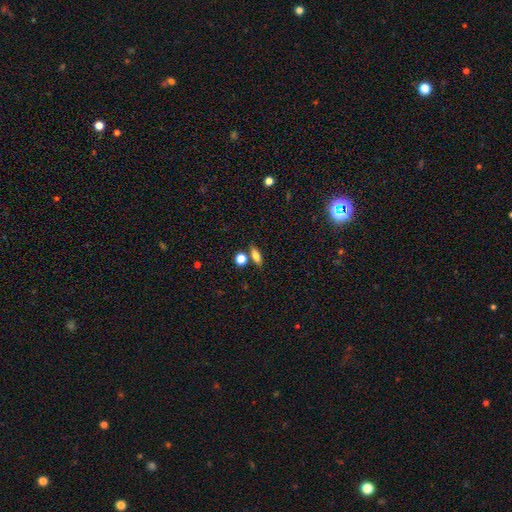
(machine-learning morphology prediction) smooth_or_featured: smooth (p=0.79) [alt: star or artifact p=0.11]
how_rounded: in between (p=0.67) [alt: cigar-shaped p=0.21]
merging: none (p=0.71) [alt: merger p=0.15]